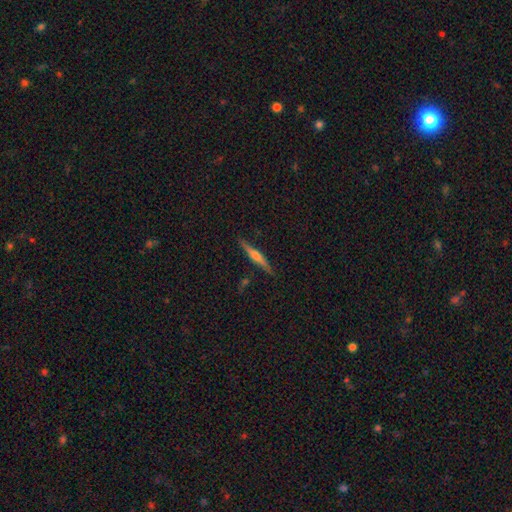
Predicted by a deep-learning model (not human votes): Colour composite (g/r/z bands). It shows a featured or disk galaxy (68%) viewed edge-on (98%) with a rounded central bulge (72%). Merging: none (89%).